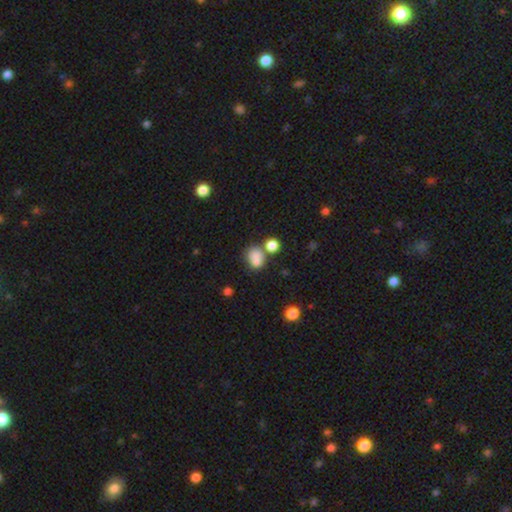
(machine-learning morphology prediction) Q: Smooth or featured?
A: smooth (78%); runner-up: star or artifact (12%)
Q: How rounded?
A: round (61%); runner-up: in between (38%)
Q: Merging?
A: none (41%); runner-up: merger (38%)